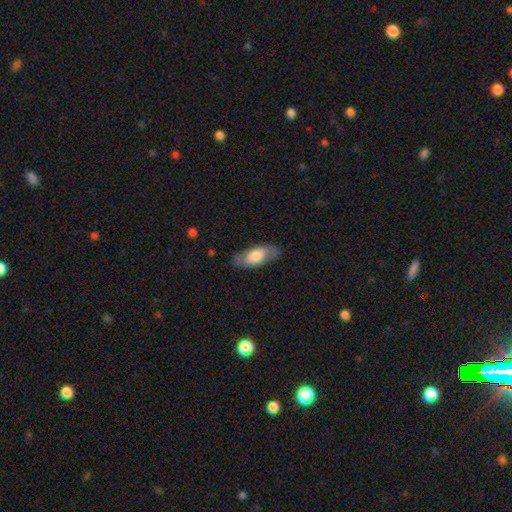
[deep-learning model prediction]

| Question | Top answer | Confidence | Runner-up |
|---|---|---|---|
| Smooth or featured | smooth | 69% | featured or disk (26%) |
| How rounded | in between | 83% | cigar-shaped (14%) |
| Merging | none | 78% | minor disturbance (16%) |